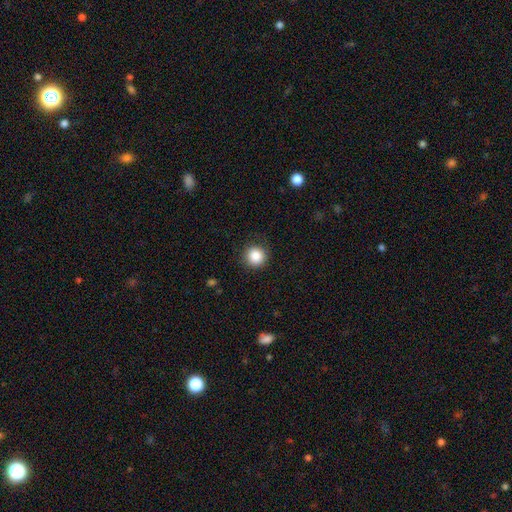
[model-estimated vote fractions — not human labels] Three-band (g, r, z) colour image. It shows a smooth galaxy with no disk features (86%) that is round (94%). Merging: none (87%).